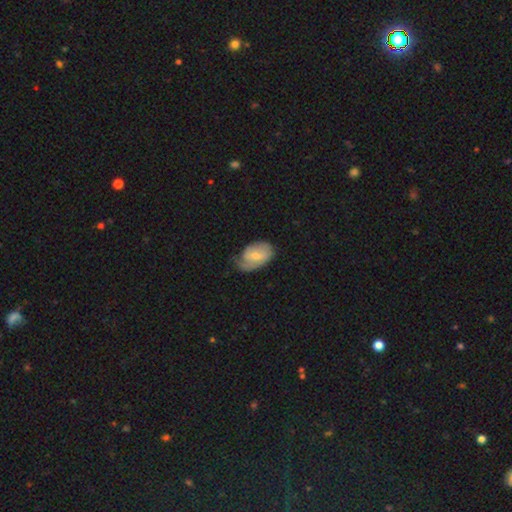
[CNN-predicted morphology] smooth_or_featured: smooth (p=0.52) [alt: featured or disk p=0.42]
how_rounded: in between (p=0.87) [alt: round p=0.11]
merging: none (p=0.44) [alt: minor disturbance p=0.39]